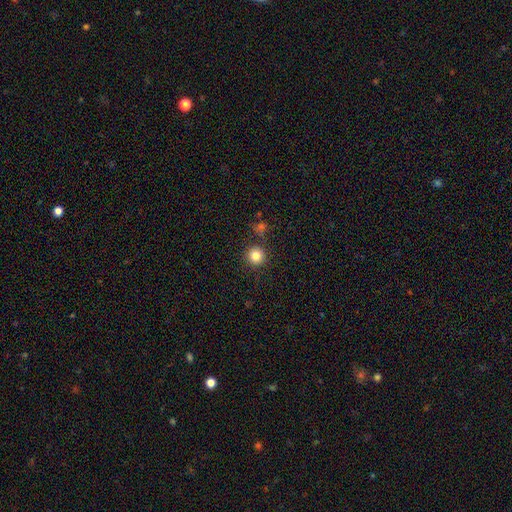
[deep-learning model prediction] This is clearly a smooth galaxy (83%). How rounded: clearly round (95%). Merging: clearly none (88%).